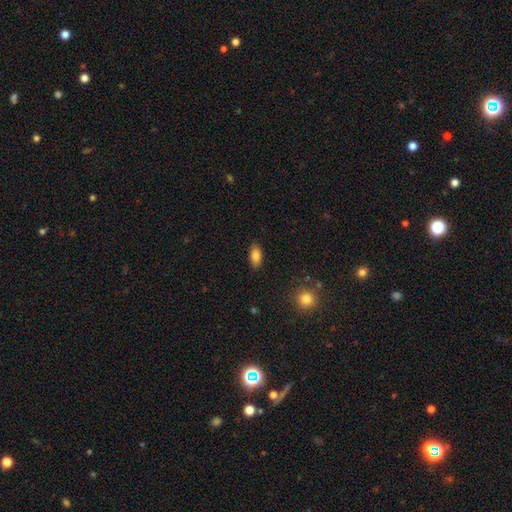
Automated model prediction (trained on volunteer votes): Morphology: type=smooth (83%); roundness=in between (90%); merging=none (86%).